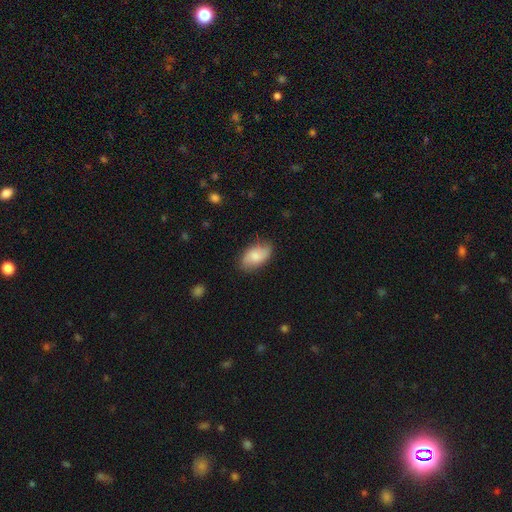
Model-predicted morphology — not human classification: Smooth or featured? smooth (68%)
How rounded? in between (93%)
Merging? none (75%)